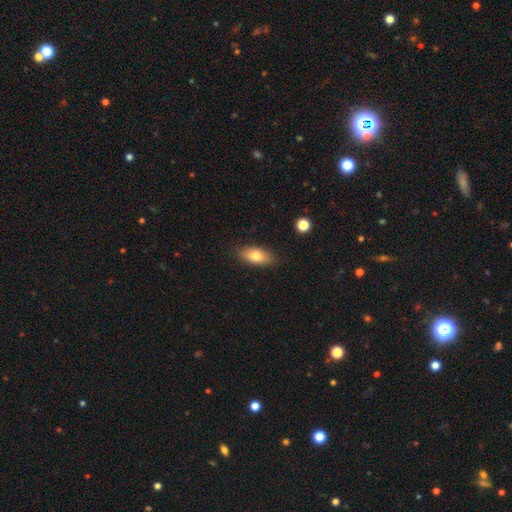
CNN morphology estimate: The model was most divided on "smooth or featured": smooth: 75%, featured or disk: 18%, star or artifact: 7%. More confident: merging — none (85%); how rounded — in between (84%).